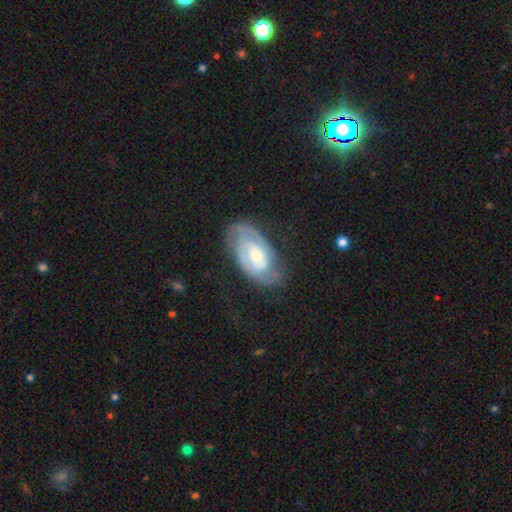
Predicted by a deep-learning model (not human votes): Overall: featured or disk (76%). Edge-on disk: no (95%). Bar: no (49%; weak 40%). Spiral arms: yes (88%). Spiral arm count: 2 (61%; can't tell 24%). Spiral winding: tight (59%; medium 32%). Bulge size: moderate (48%; small 31%). Merging: none (69%).